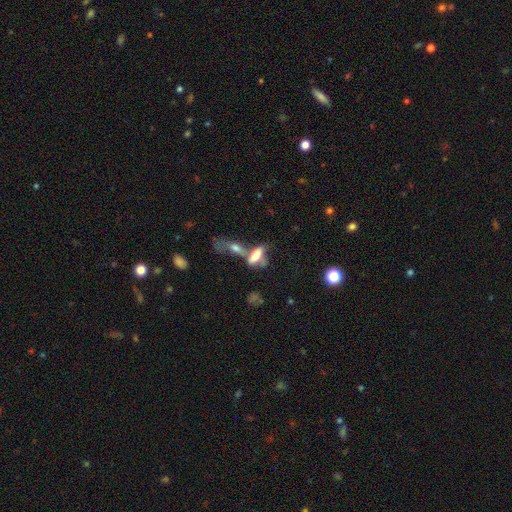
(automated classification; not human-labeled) Overall: smooth (59%; featured or disk 30%). How rounded: in between (69%). Merging: merger (58%).